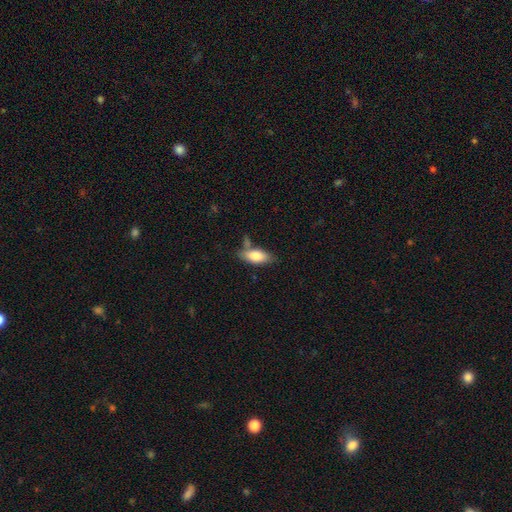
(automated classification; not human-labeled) This is likely a smooth galaxy (79%). How rounded: clearly in between (82%). Merging: likely none (64%).